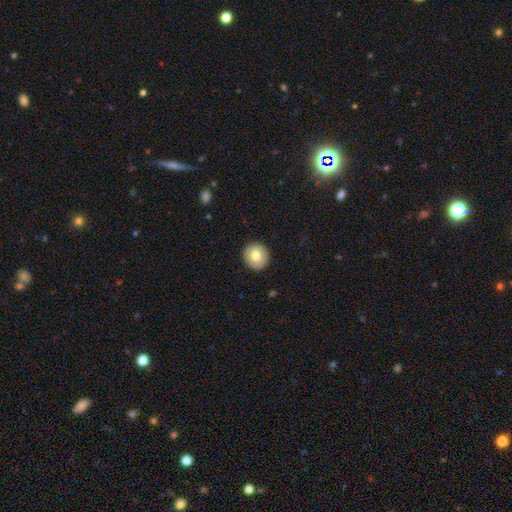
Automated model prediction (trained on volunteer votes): Q: Smooth or featured?
A: smooth (75%); runner-up: featured or disk (17%)
Q: How rounded?
A: round (93%); runner-up: in between (6%)
Q: Merging?
A: none (92%); runner-up: minor disturbance (6%)